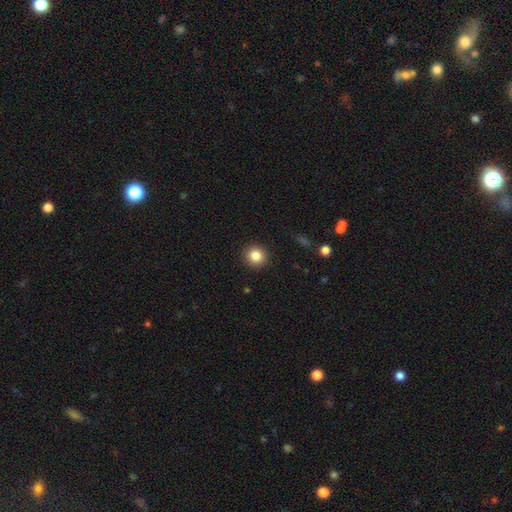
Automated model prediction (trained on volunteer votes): smooth_or_featured: smooth (p=0.84) [alt: star or artifact p=0.10]
how_rounded: round (p=0.93) [alt: in between p=0.06]
merging: none (p=0.92) [alt: minor disturbance p=0.05]